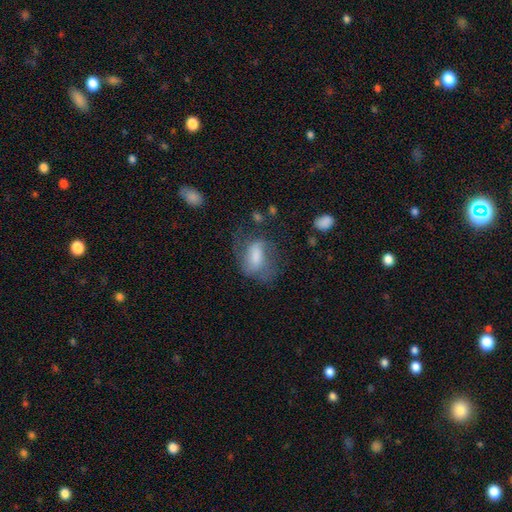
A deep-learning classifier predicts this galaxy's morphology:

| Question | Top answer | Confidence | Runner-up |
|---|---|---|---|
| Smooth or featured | smooth | 48% | featured or disk (42%) |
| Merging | none | 44% | major disturbance (28%) |